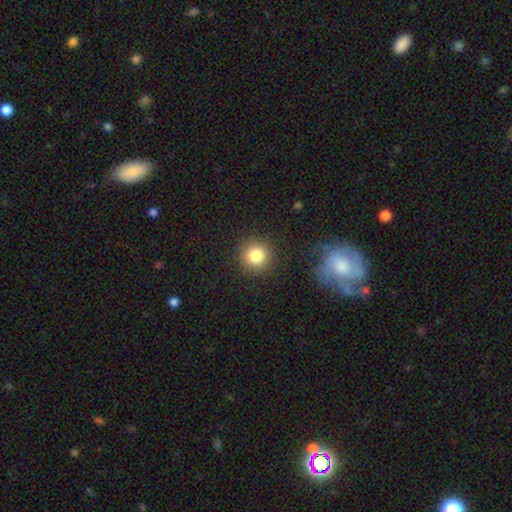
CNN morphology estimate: A smooth galaxy with no disk features (82%) that is round (93%).

Vote fractions:
- Smooth or featured? smooth: 82% / star or artifact: 11% / featured or disk: 6%
- How rounded? round: 93% / in between: 6% / cigar-shaped: 1%
- Merging? none: 89% / minor disturbance: 7% / major disturbance: 3% / merger: 1%